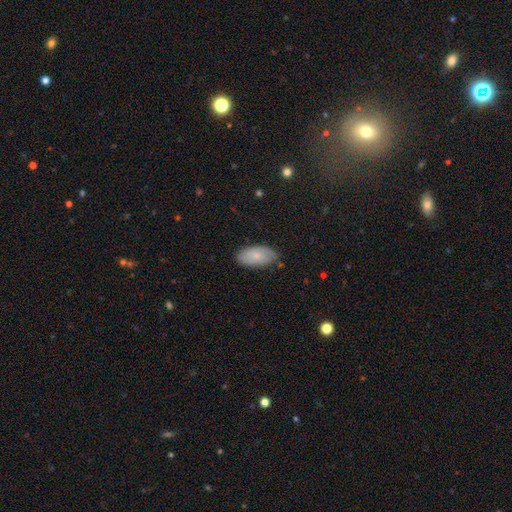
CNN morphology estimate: A smooth galaxy with no disk features (74%) that is in between round and cigar-shaped (94%).

Vote fractions:
- Smooth or featured? smooth: 74% / featured or disk: 20% / star or artifact: 6%
- How rounded? in between: 94% / cigar-shaped: 4% / round: 2%
- Merging? none: 72% / minor disturbance: 23% / major disturbance: 4% / merger: 2%